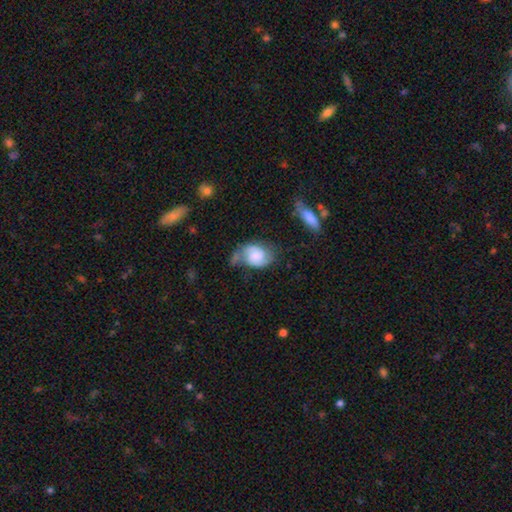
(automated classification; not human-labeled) smooth_or_featured: featured or disk (p=0.57) [alt: smooth p=0.35]
disk_edge_on: no (p=0.97) [alt: yes p=0.03]
bar: no (p=0.65) [alt: weak p=0.29]
has_spiral_arms: yes (p=0.89) [alt: no p=0.11]
bulge_size: small (p=0.32) [alt: moderate p=0.25]
merging: none (p=0.38) [alt: minor disturbance p=0.31]